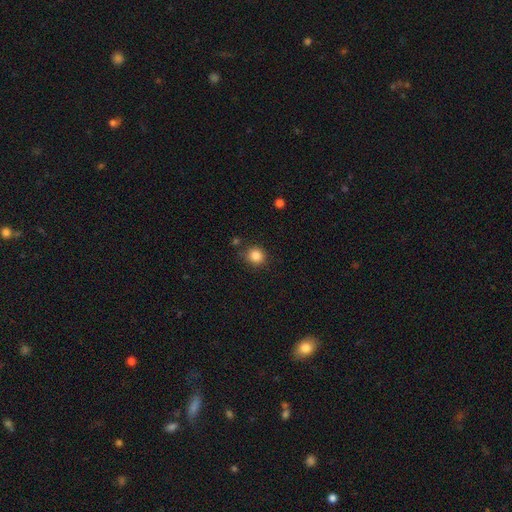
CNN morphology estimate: Smooth or featured?
  - smooth: 85% *
  - star or artifact: 11%
  - featured or disk: 4%
How rounded?
  - round: 88% *
  - in between: 11%
  - cigar-shaped: 1%
Merging?
  - none: 83% *
  - minor disturbance: 11%
  - merger: 3%
  - major disturbance: 3%